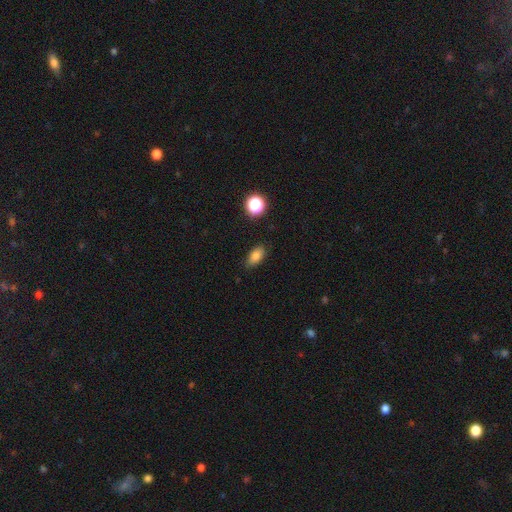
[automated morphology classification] Smooth or featured?
  - smooth: 82% *
  - star or artifact: 11%
  - featured or disk: 7%
How rounded?
  - in between: 87% *
  - round: 9%
  - cigar-shaped: 5%
Merging?
  - none: 82% *
  - minor disturbance: 14%
  - major disturbance: 3%
  - merger: 1%